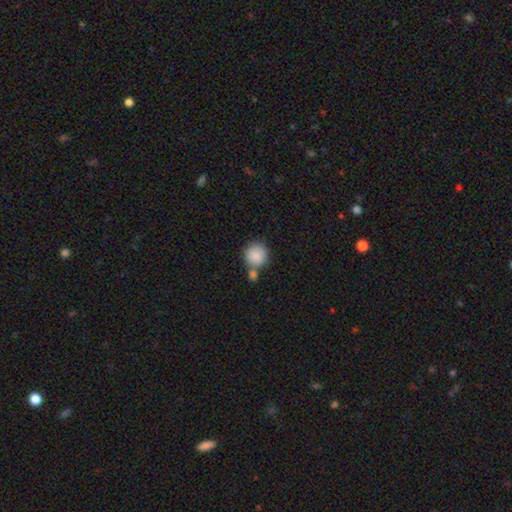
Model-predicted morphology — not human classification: The model was most divided on "merging": none: 56%, merger: 29%, minor disturbance: 11%, major disturbance: 4%. More confident: how rounded — round (90%); smooth or featured — smooth (86%).